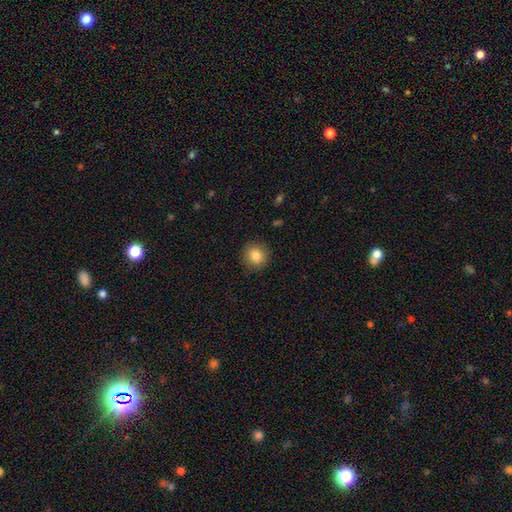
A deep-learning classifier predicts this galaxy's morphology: Smooth or featured? Predicted: smooth (p=0.84). How rounded? Predicted: round (p=0.88). Merging? Predicted: none (p=0.90).